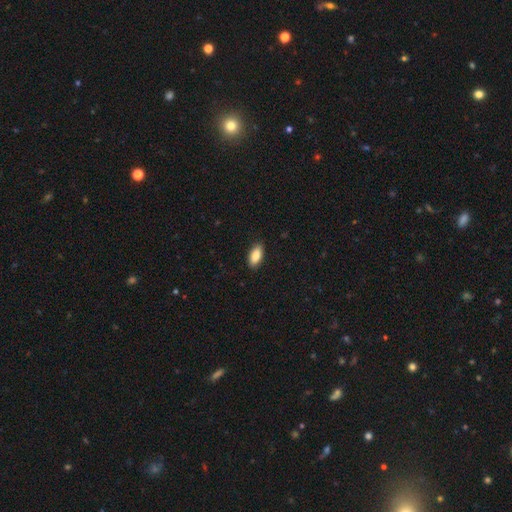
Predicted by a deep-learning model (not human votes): Overall: smooth (87%). How rounded: in between (89%). Merging: none (89%).